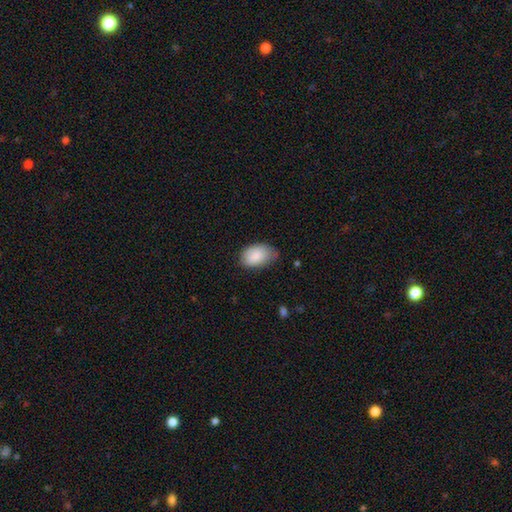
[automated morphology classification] This is clearly a smooth galaxy (85%). How rounded: clearly in between (91%). Merging: likely none (61%).